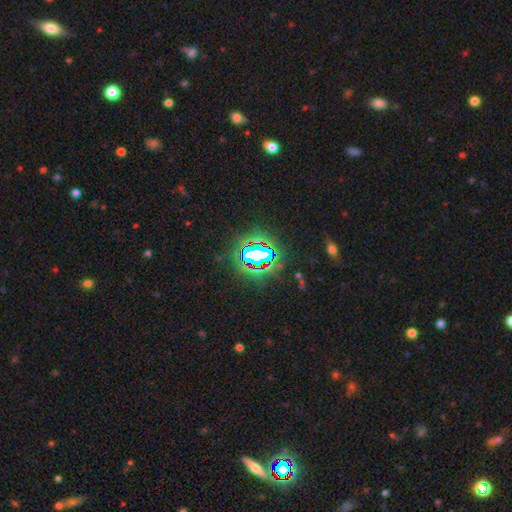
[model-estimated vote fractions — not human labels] smooth_or_featured: star or artifact (p=0.78) [alt: smooth p=0.12]